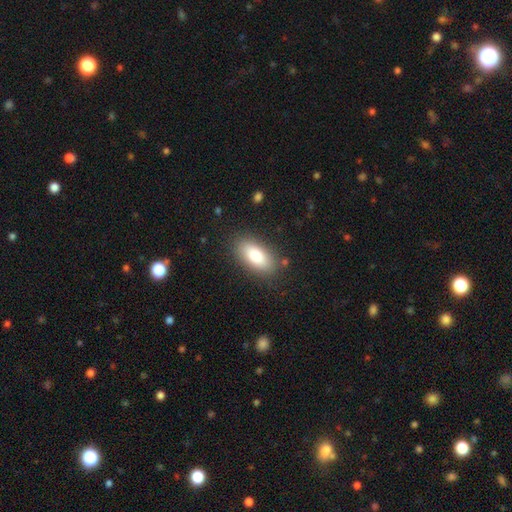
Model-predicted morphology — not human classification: smooth_or_featured: smooth (p=0.80) [alt: featured or disk p=0.12]
how_rounded: in between (p=0.89) [alt: cigar-shaped p=0.08]
merging: none (p=0.84) [alt: minor disturbance p=0.11]